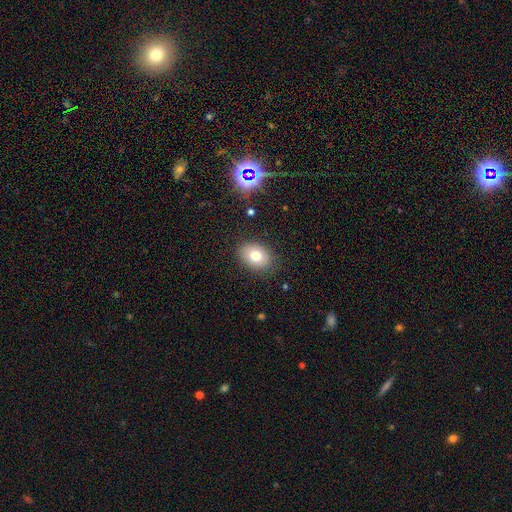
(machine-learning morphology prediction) smooth_or_featured: smooth (p=0.76) [alt: featured or disk p=0.13]
how_rounded: in between (p=0.75) [alt: round p=0.24]
merging: none (p=0.84) [alt: minor disturbance p=0.12]